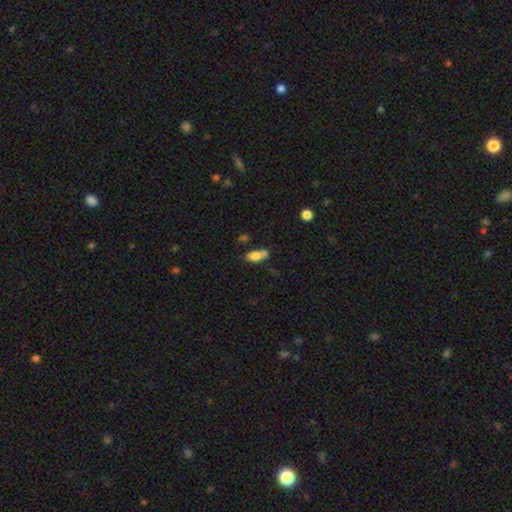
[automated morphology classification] Overall: smooth (73%). How rounded: in between (80%). Merging: none (40%; merger 36%).